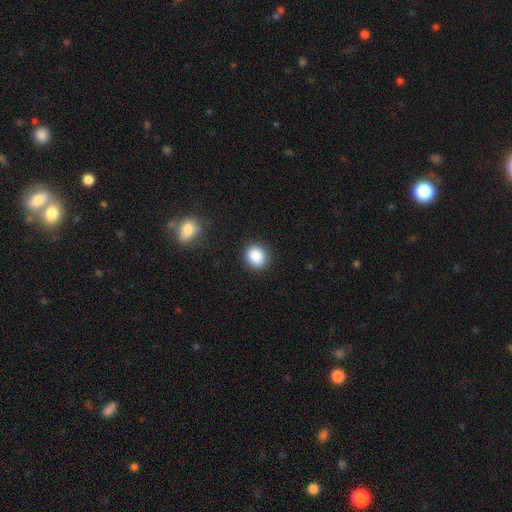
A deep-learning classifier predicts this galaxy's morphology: smooth-or-featured: smooth: 87% | star or artifact: 9% | featured or disk: 4%
  how-rounded: round: 78% | in between: 20% | cigar-shaped: 1%
  merging: none: 89% | minor disturbance: 7% | major disturbance: 2% | merger: 1%